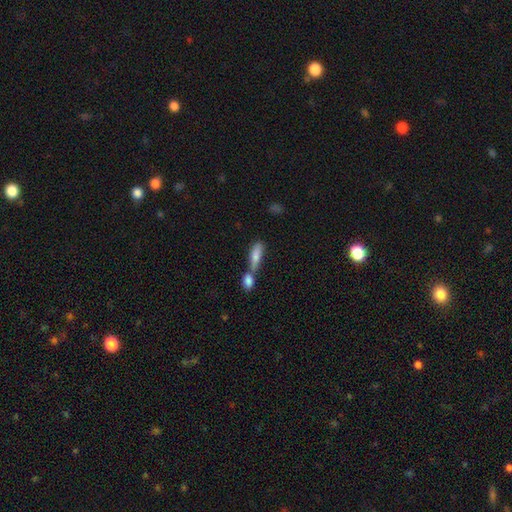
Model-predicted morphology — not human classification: type=smooth (77%); roundness=in between (59%); merging=merger (58%).